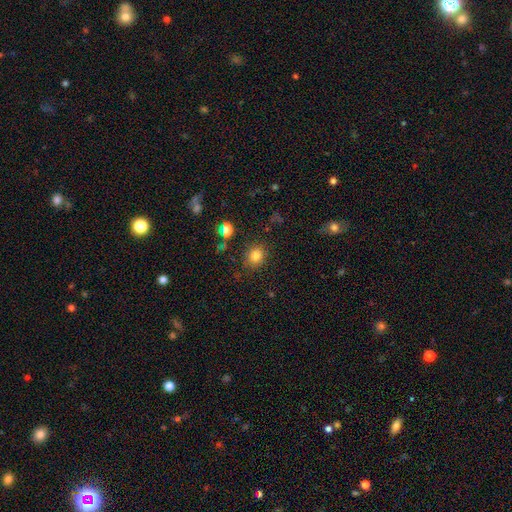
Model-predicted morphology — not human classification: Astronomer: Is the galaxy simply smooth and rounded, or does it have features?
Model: smooth — 81%.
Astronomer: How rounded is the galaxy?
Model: round — 72%.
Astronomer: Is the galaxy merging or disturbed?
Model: none — 83%.